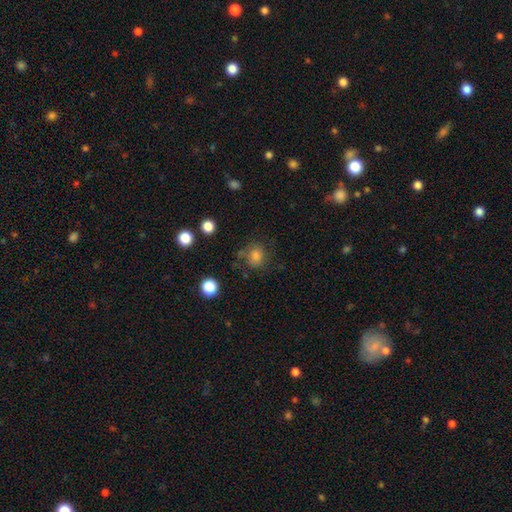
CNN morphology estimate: This appears to be a smooth galaxy with no disk features (77%) that is round (76%). Merging: none (71%).